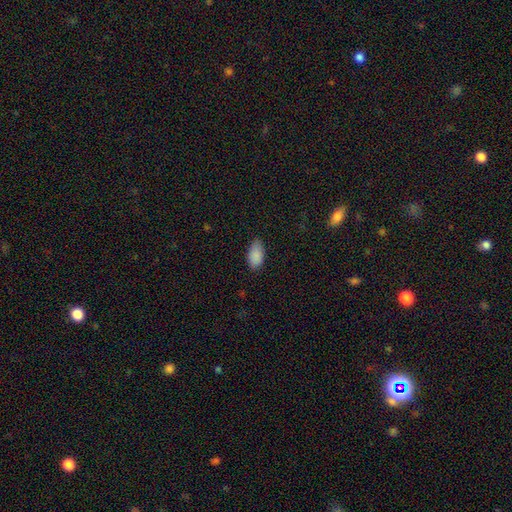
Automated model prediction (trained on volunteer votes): This is clearly a smooth galaxy (89%). How rounded: clearly in between (94%). Merging: likely none (78%).